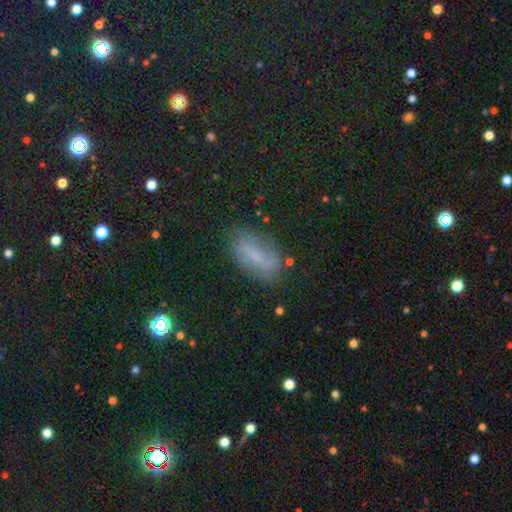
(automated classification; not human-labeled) The model was most divided on "smooth or featured": smooth: 51%, featured or disk: 26%, star or artifact: 23%. More confident: how rounded — in between (80%); merging — none (69%).